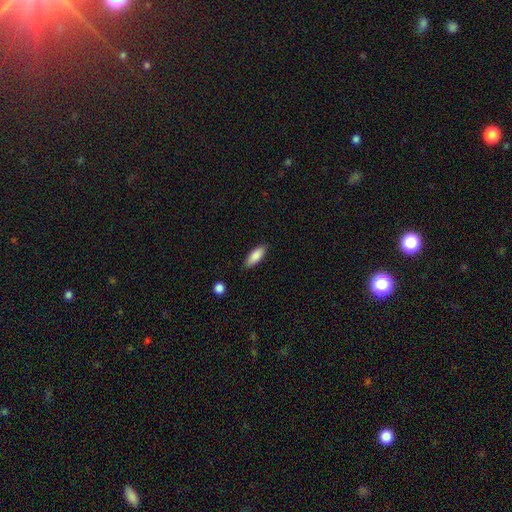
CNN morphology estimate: A smooth galaxy with no disk features (86%) that is in between round and cigar-shaped (73%).

Vote fractions:
- Smooth or featured? smooth: 86% / featured or disk: 8% / star or artifact: 6%
- How rounded? in between: 73% / cigar-shaped: 25% / round: 2%
- Merging? none: 86% / minor disturbance: 10% / major disturbance: 2% / merger: 1%